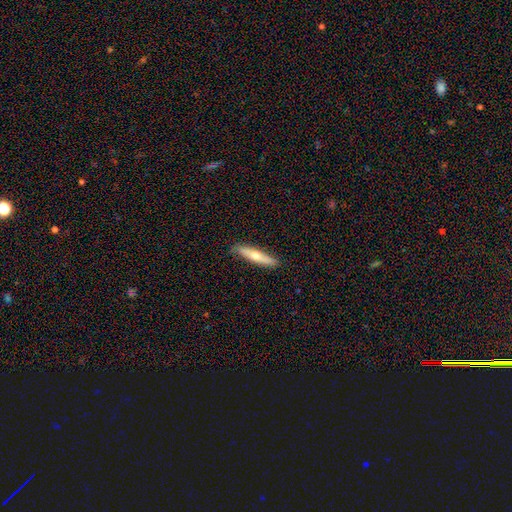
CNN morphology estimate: type=smooth (56%); roundness=cigar-shaped (85%); merging=none (88%).